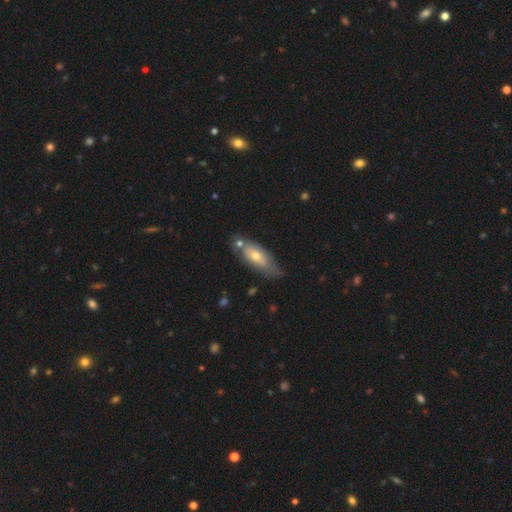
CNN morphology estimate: Smooth or featured? Predicted: smooth (p=0.53). How rounded? Predicted: in between (p=0.73). Merging? Predicted: none (p=0.54).